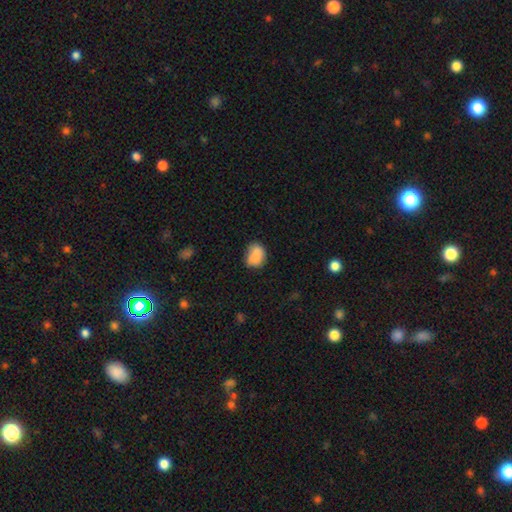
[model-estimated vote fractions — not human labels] Smooth or featured? smooth (82%)
How rounded? in between (62%)
Merging? none (59%)